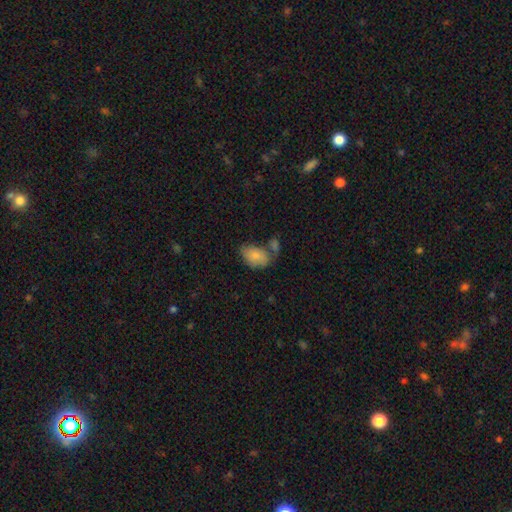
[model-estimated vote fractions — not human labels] Smooth or featured: smooth — 80% (featured or disk — 13%)
How rounded: in between — 88% (round — 11%)
Merging: none — 40% (merger — 29%)